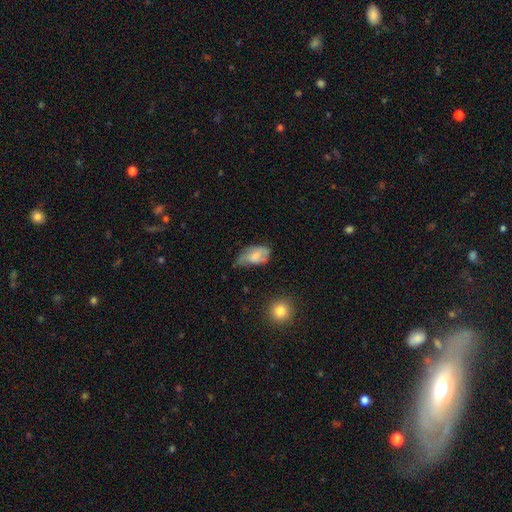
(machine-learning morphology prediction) smooth 56%, featured or disk 36%, star or artifact 7%. Down the decision tree: how rounded — in between (91%); merging — minor disturbance (44%).